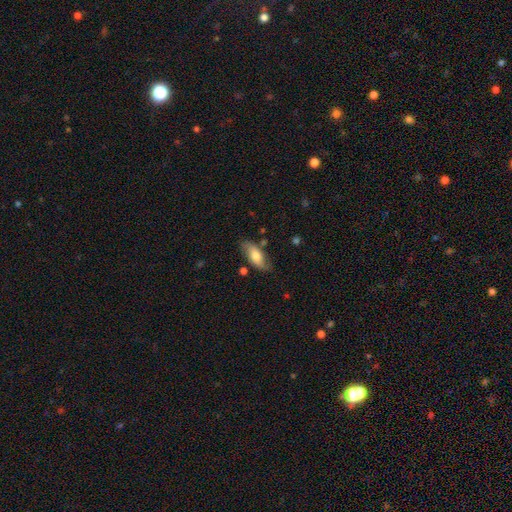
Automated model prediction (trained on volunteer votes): Overall: smooth (63%; featured or disk 30%). How rounded: in between (82%). Merging: none (75%).